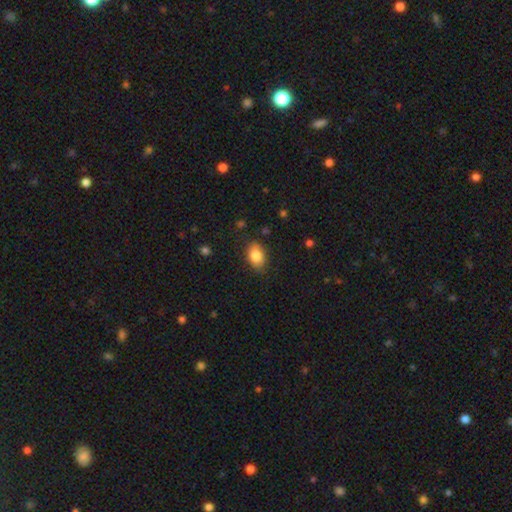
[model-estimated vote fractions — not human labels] A smooth galaxy with no disk features (84%) that is in between round and cigar-shaped (86%).

Vote fractions:
- Smooth or featured? smooth: 84% / featured or disk: 8% / star or artifact: 7%
- How rounded? in between: 86% / round: 13% / cigar-shaped: 1%
- Merging? none: 82% / minor disturbance: 14% / major disturbance: 3% / merger: 1%